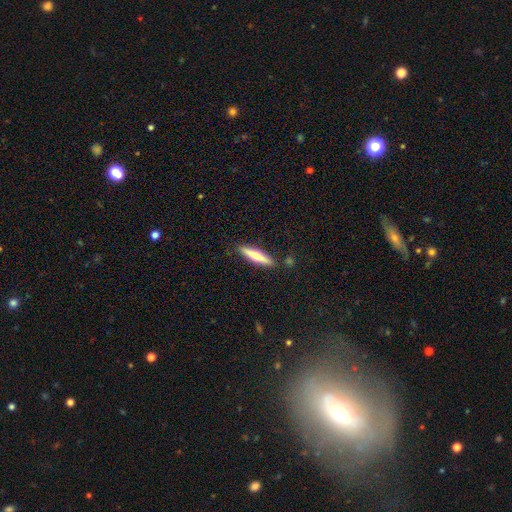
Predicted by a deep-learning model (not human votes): Q: Smooth or featured?
A: smooth (54%); runner-up: featured or disk (41%)
Q: How rounded?
A: cigar-shaped (84%); runner-up: in between (14%)
Q: Merging?
A: none (88%); runner-up: minor disturbance (8%)